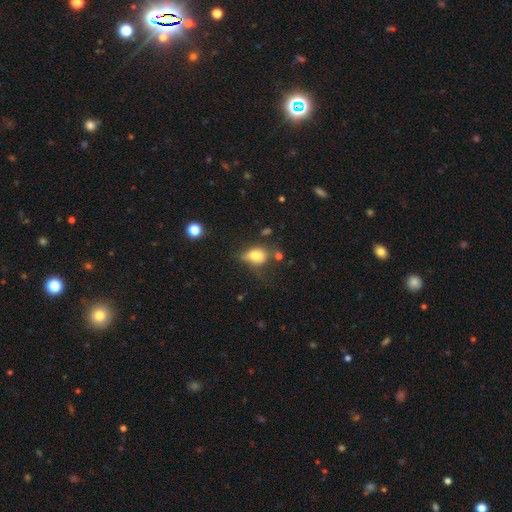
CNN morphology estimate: Q: Smooth or featured?
A: smooth (74%); runner-up: featured or disk (16%)
Q: How rounded?
A: in between (67%); runner-up: round (31%)
Q: Merging?
A: none (42%); runner-up: minor disturbance (33%)